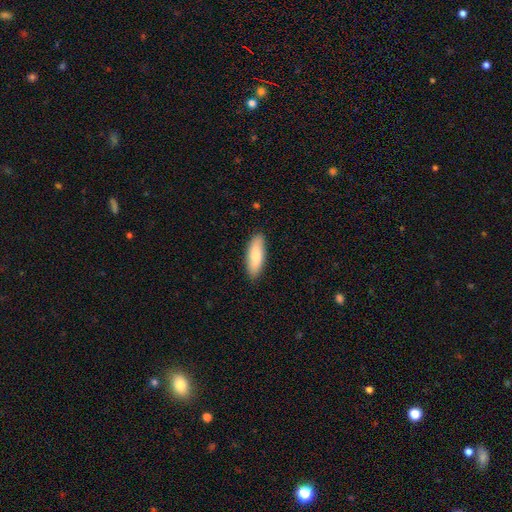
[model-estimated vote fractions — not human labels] This is likely a smooth galaxy (76%). How rounded: possibly in between (58%). Merging: clearly none (88%).